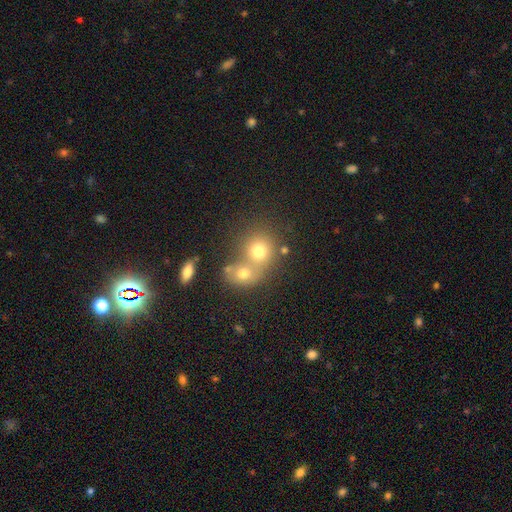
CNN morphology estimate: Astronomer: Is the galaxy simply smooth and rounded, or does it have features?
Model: smooth — 55%.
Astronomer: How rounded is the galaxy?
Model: round — 80%.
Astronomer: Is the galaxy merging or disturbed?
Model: merger — 55% (runner-up: none, 36%).